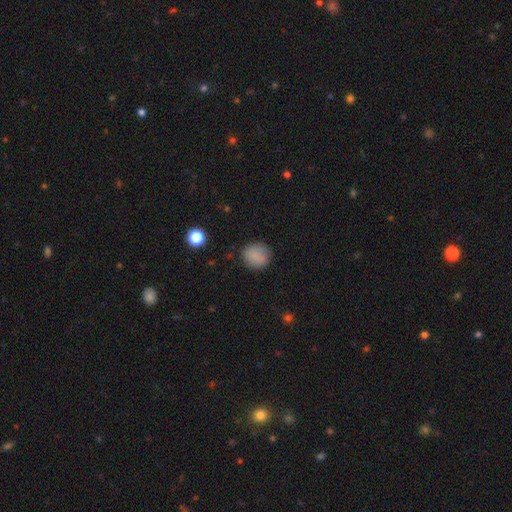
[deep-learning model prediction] The model was most divided on "how rounded": round: 85%, in between: 14%, cigar-shaped: 1%. More confident: smooth or featured — smooth (85%); merging — none (85%).